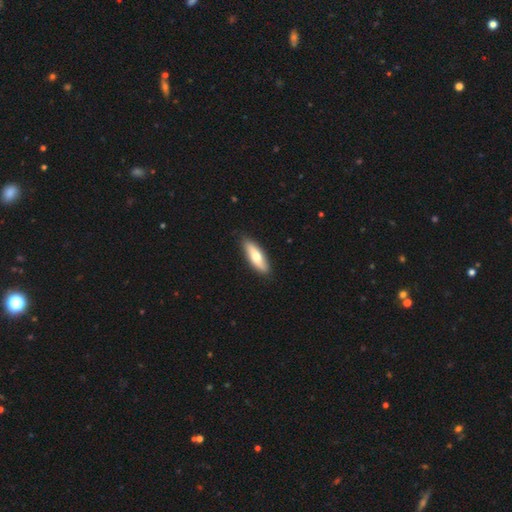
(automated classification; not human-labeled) smooth-or-featured: smooth: 64% | featured or disk: 31% | star or artifact: 5%
  how-rounded: in between: 50% | cigar-shaped: 48% | round: 2%
  merging: none: 87% | minor disturbance: 10% | major disturbance: 2% | merger: 1%